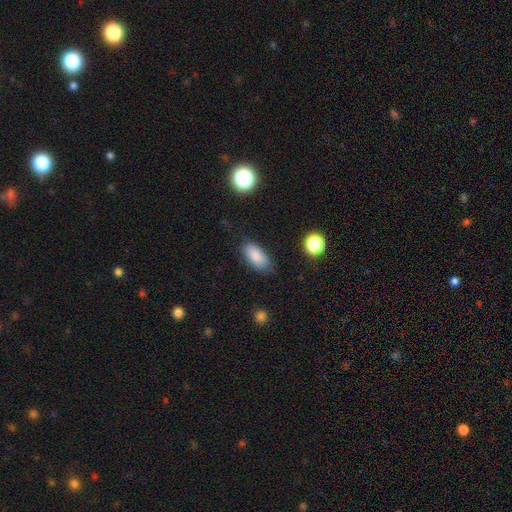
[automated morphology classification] type=smooth (86%); roundness=in between (91%); merging=none (79%).